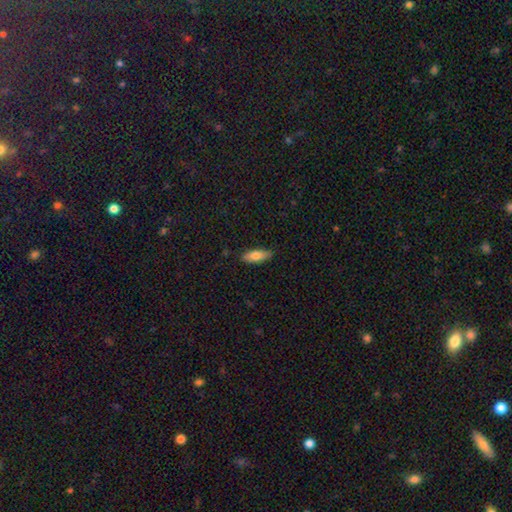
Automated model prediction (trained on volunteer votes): Smooth or featured? smooth (77%)
How rounded? in between (64%)
Merging? none (84%)